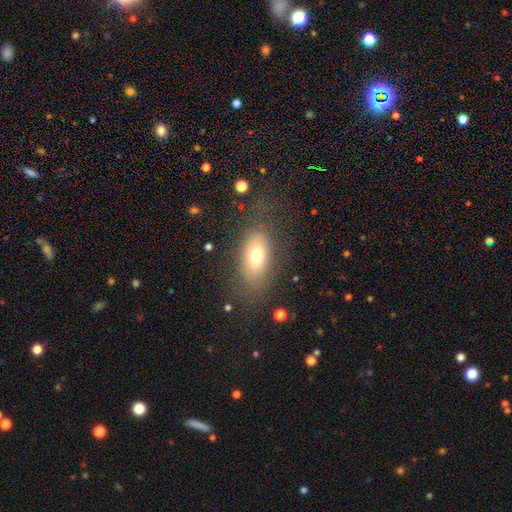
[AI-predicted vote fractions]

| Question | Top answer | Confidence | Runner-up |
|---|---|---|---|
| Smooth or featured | smooth | 71% | featured or disk (19%) |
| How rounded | in between | 84% | round (11%) |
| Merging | none | 73% | minor disturbance (15%) |